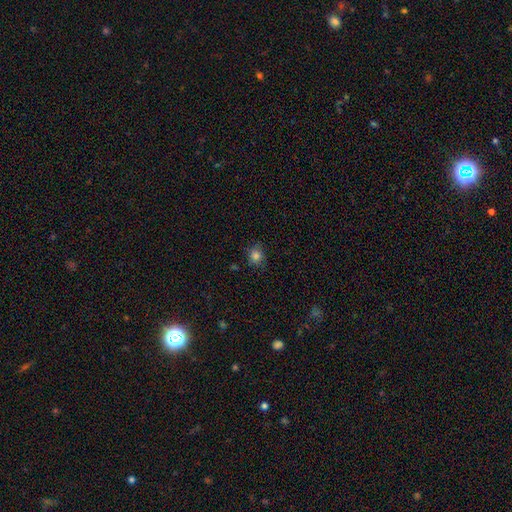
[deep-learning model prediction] smooth-or-featured: smooth: 80% | star or artifact: 14% | featured or disk: 6%
  how-rounded: round: 76% | in between: 23% | cigar-shaped: 1%
  merging: none: 75% | minor disturbance: 19% | major disturbance: 5% | merger: 2%